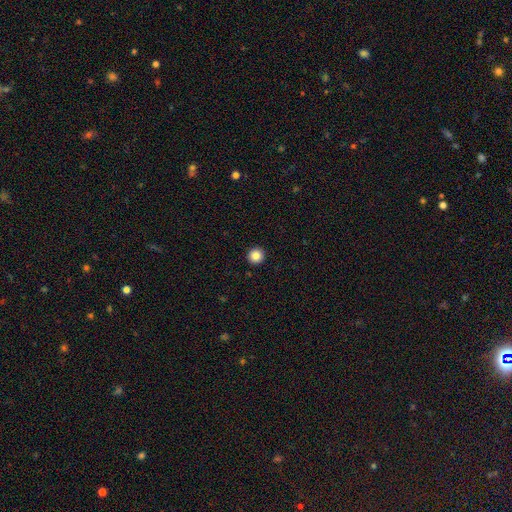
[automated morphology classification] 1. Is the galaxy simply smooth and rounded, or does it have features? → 86% smooth, 10% star or artifact, 4% featured or disk.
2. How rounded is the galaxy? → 96% round, 3% in between, 1% cigar-shaped.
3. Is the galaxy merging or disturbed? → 94% none, 4% minor disturbance, 1% major disturbance, 1% merger.